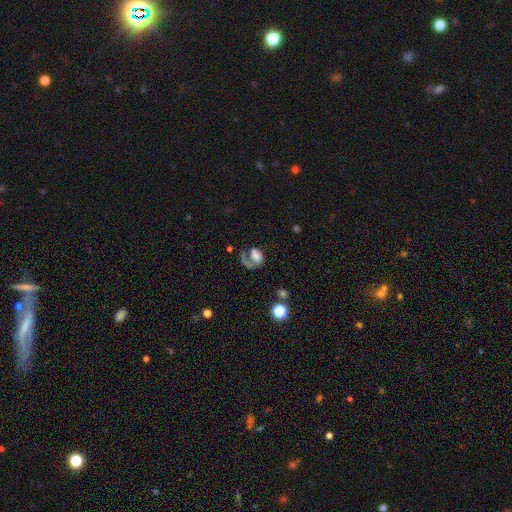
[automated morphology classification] Smooth or featured: featured or disk — 50% (smooth — 38%)
Edge-on disk: no — 97% (yes — 3%)
Merging: major disturbance — 42% (none — 33%)